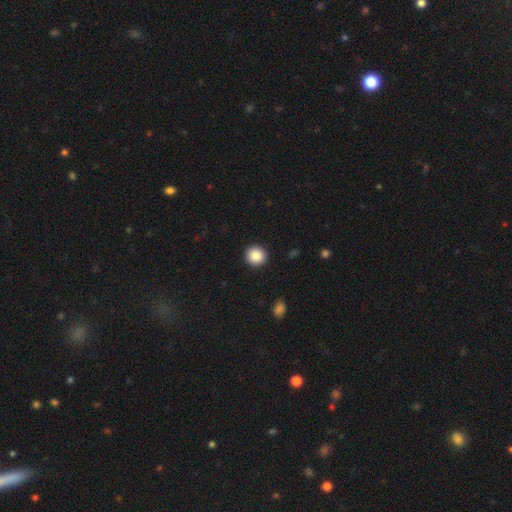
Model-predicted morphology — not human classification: Smooth or featured? Predicted: smooth (p=0.87). How rounded? Predicted: round (p=0.93). Merging? Predicted: none (p=0.93).